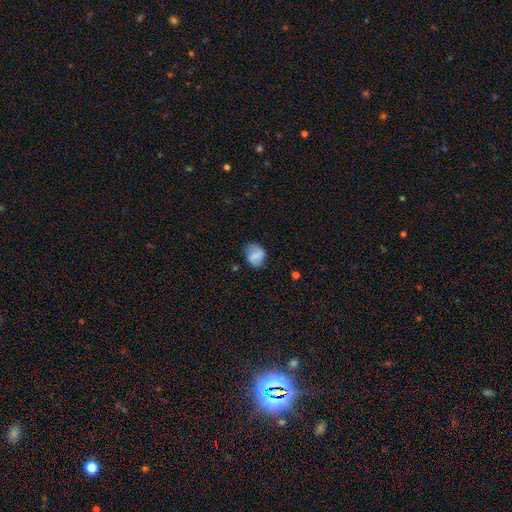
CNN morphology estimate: A smooth galaxy with no disk features (59%) that is round (57%). Merging: none (69%).